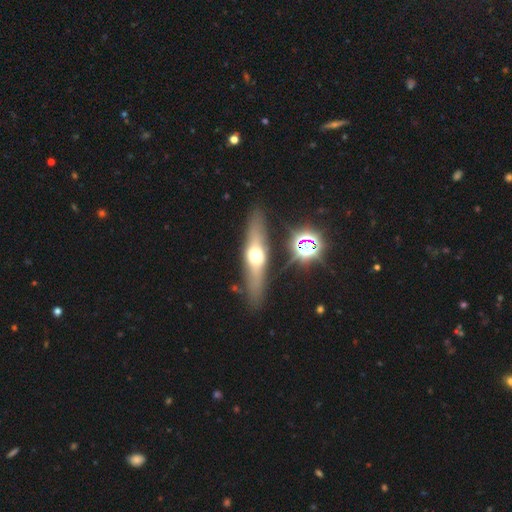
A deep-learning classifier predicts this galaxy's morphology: Smooth or featured? featured or disk (57%)
Edge-on disk? yes (86%)
Merging? none (84%)